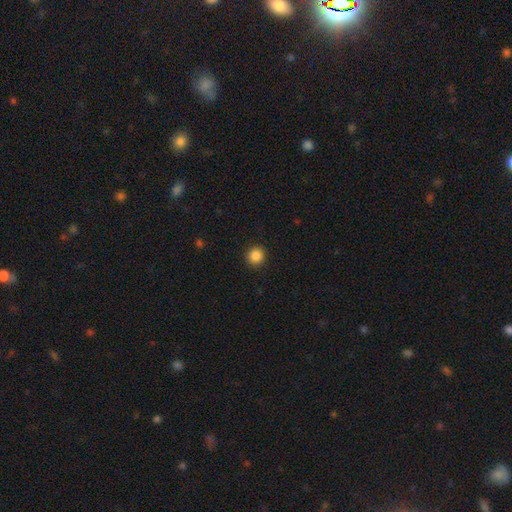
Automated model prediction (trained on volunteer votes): smooth 87%, star or artifact 10%, featured or disk 3%. Down the decision tree: how rounded — round (93%); merging — none (92%).